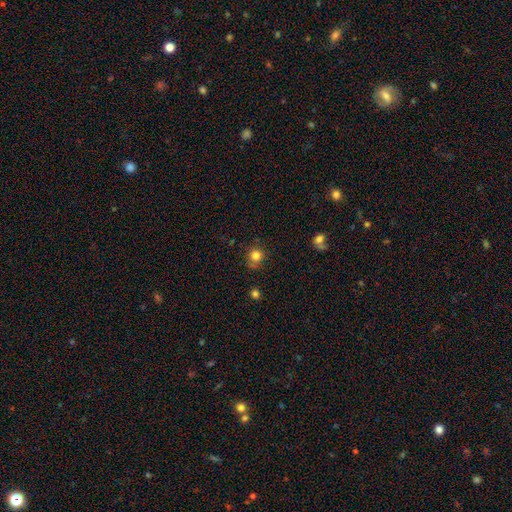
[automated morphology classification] Smooth or featured? smooth (81%)
How rounded? round (91%)
Merging? none (77%)